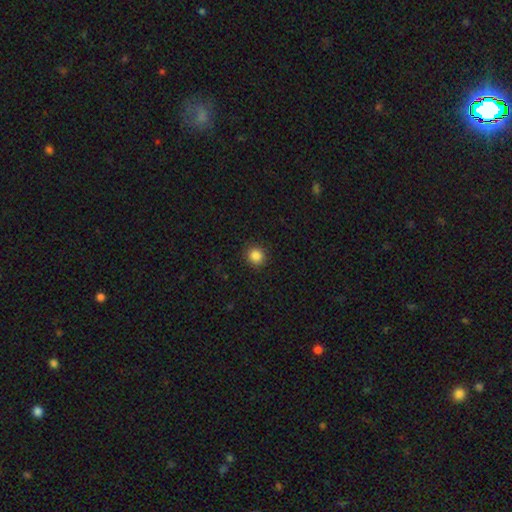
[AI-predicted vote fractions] smooth_or_featured: smooth (p=0.86) [alt: star or artifact p=0.11]
how_rounded: round (p=0.89) [alt: in between p=0.10]
merging: none (p=0.91) [alt: minor disturbance p=0.06]